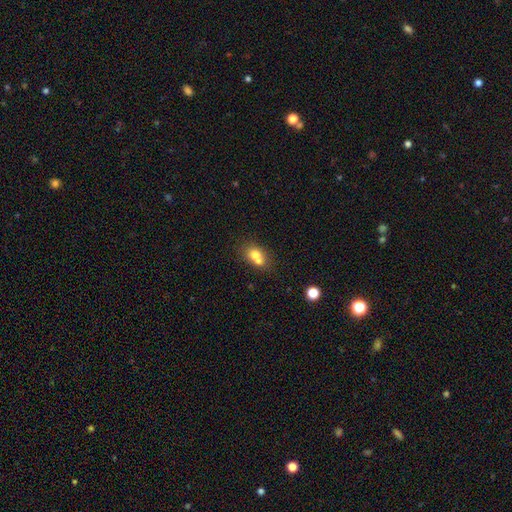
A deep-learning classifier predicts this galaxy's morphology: The model was most divided on "how rounded": in between: 53%, round: 46%, cigar-shaped: 2%. More confident: smooth or featured — smooth (70%); merging — merger (55%).